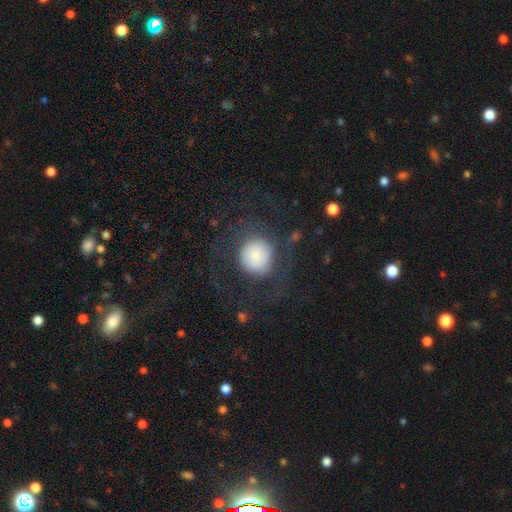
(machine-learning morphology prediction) Smooth or featured: smooth — 67% (featured or disk — 24%)
How rounded: round — 89% (in between — 10%)
Merging: none — 58% (major disturbance — 24%)